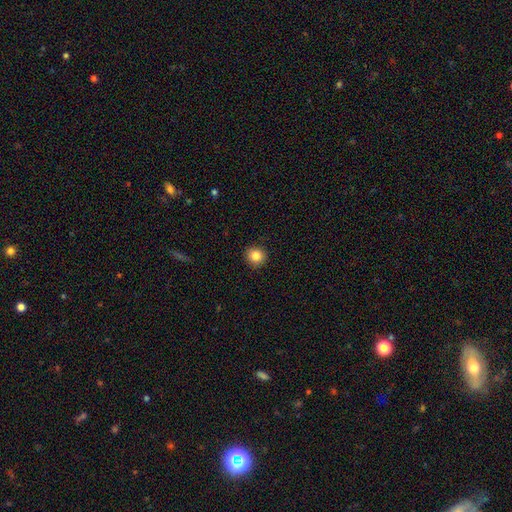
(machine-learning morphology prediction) smooth_or_featured: smooth (p=0.84) [alt: star or artifact p=0.10]
how_rounded: round (p=0.91) [alt: in between p=0.08]
merging: none (p=0.92) [alt: minor disturbance p=0.06]